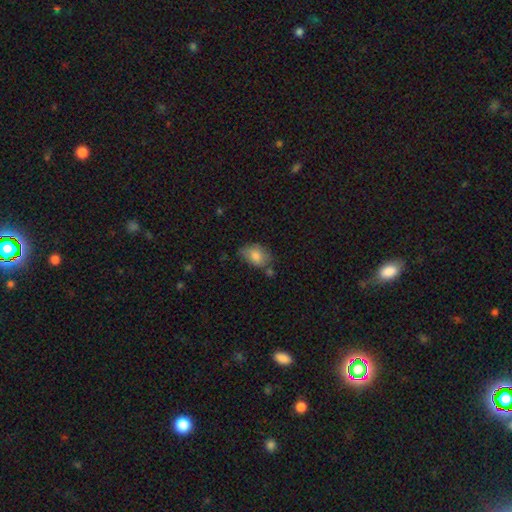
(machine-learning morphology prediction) Smooth or featured? Predicted: smooth (p=0.82). How rounded? Predicted: in between (p=0.83). Merging? Predicted: none (p=0.55).